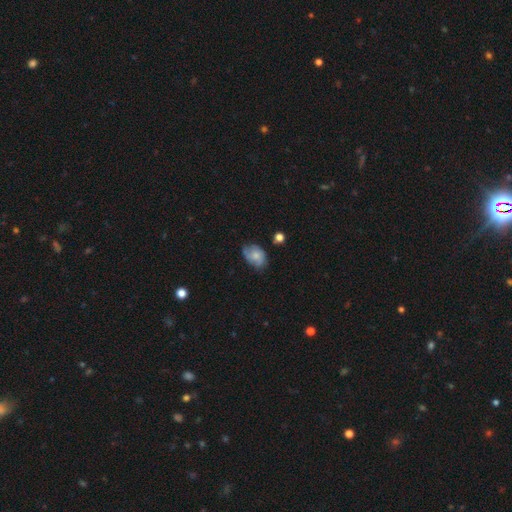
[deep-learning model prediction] This appears to be a smooth galaxy with no disk features (60%) that is in between round and cigar-shaped (75%). Merging: none (56%).